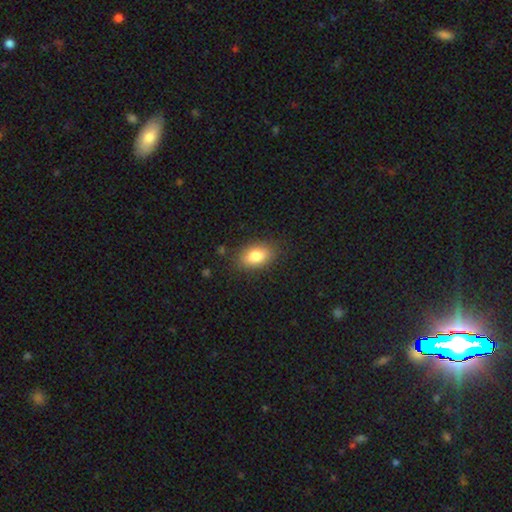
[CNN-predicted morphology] The model was most divided on "smooth or featured": smooth: 81%, featured or disk: 11%, star or artifact: 8%. More confident: how rounded — in between (88%); merging — none (84%).